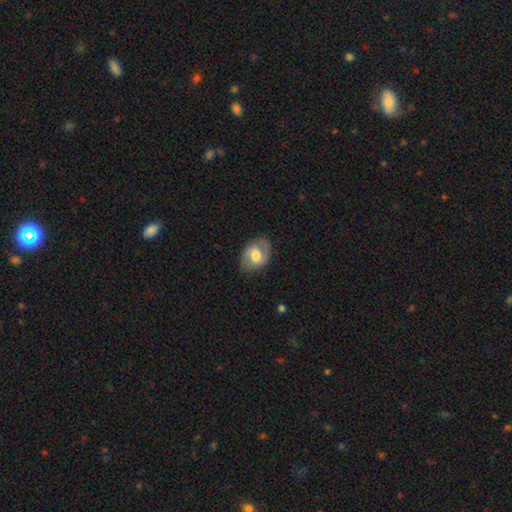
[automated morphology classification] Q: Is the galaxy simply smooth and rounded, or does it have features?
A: featured or disk — 50%.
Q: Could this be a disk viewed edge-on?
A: no — 96%.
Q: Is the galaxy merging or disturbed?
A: none — 80%.